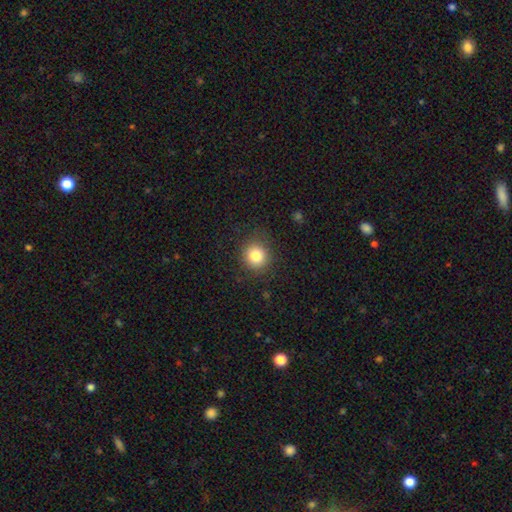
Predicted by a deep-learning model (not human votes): Morphology: type=smooth (82%); roundness=round (90%); merging=none (86%).